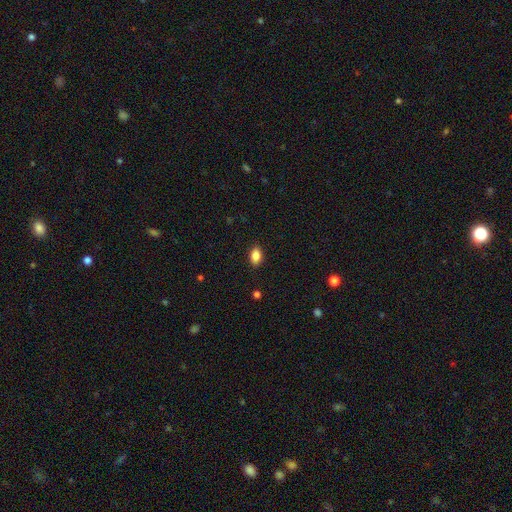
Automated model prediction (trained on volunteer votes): Smooth or featured? smooth (87%)
How rounded? in between (89%)
Merging? none (88%)